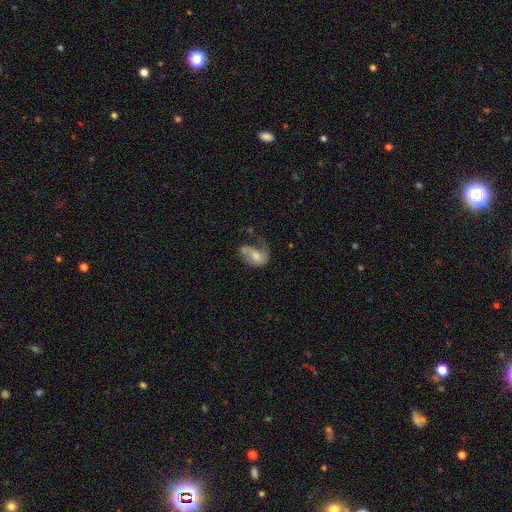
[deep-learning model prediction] Smooth or featured?
  - featured or disk: 63% *
  - smooth: 28%
  - star or artifact: 9%
Edge-on disk?
  - no: 97% *
  - yes: 3%
Bar?
  - no: 62% *
  - weak: 30%
  - strong: 8%
Spiral arms?
  - yes: 79% *
  - no: 21%
Bulge size?
  - moderate: 55% *
  - small: 27%
  - large: 10%
  - none: 6%
  - dominant: 2%
Merging?
  - major disturbance: 36% *
  - none: 33%
  - minor disturbance: 22%
  - merger: 9%